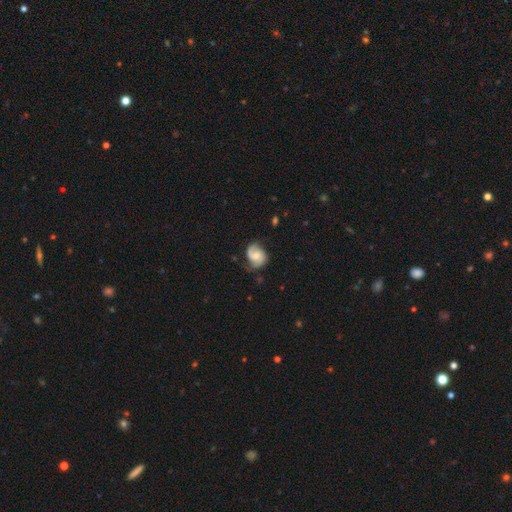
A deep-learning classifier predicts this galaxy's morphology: Overall: featured or disk (78%). Edge-on disk: no (98%). Bar: no (56%; weak 37%). Spiral arms: yes (96%). Spiral arm count: 2 (85%). Spiral winding: medium (48%; tight 27%). Bulge size: moderate (50%; small 40%). Merging: none (65%).